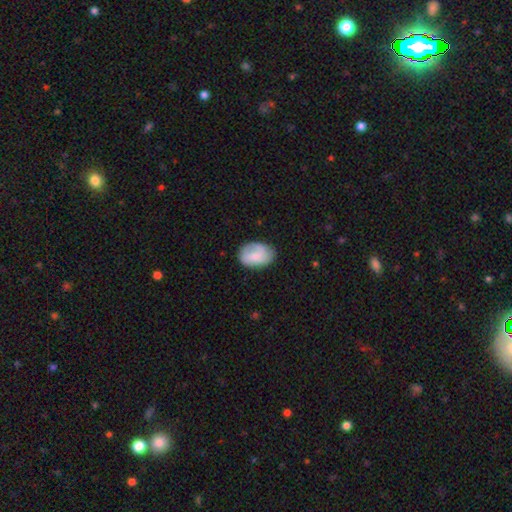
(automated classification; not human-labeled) smooth_or_featured: smooth (p=0.67) [alt: featured or disk p=0.27]
how_rounded: in between (p=0.79) [alt: round p=0.20]
merging: none (p=0.67) [alt: minor disturbance p=0.24]